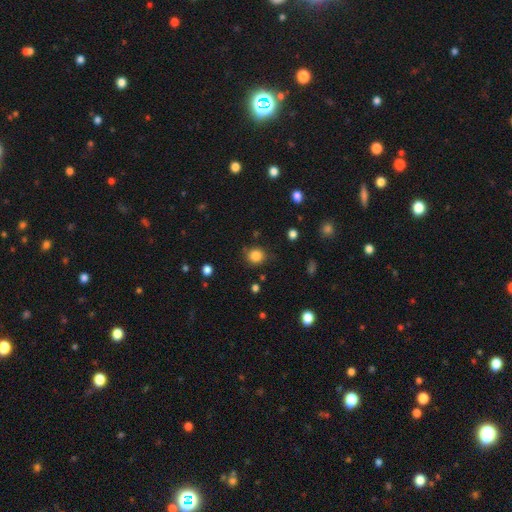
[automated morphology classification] Smooth or featured?
  - smooth: 84% *
  - star or artifact: 11%
  - featured or disk: 4%
How rounded?
  - round: 87% *
  - in between: 12%
  - cigar-shaped: 1%
Merging?
  - none: 82% *
  - minor disturbance: 12%
  - major disturbance: 4%
  - merger: 2%